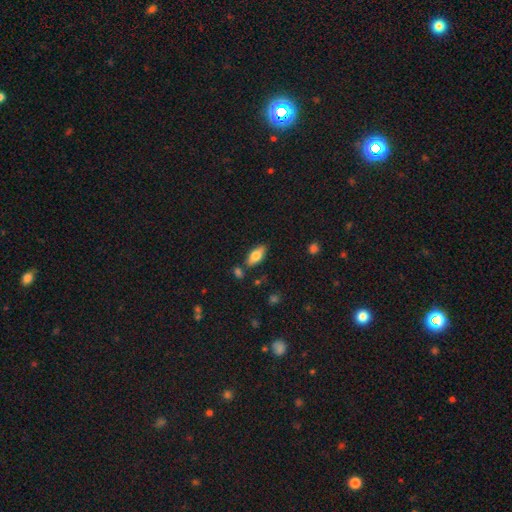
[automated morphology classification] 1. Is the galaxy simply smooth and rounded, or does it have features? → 72% smooth, 21% featured or disk, 7% star or artifact.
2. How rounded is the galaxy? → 83% in between, 14% cigar-shaped, 3% round.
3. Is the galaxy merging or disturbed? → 77% none, 13% minor disturbance, 7% merger, 3% major disturbance.